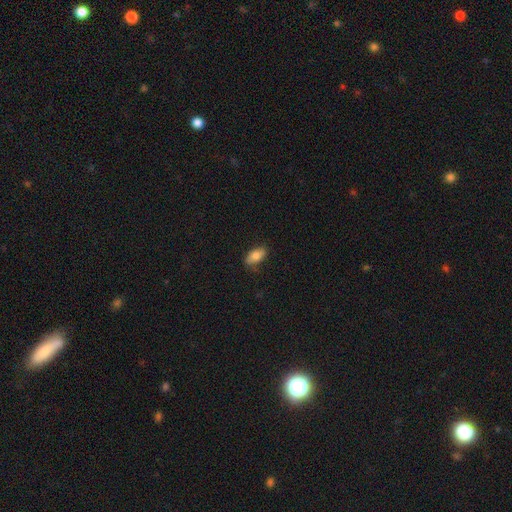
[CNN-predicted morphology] type=smooth (77%); roundness=in between (90%); merging=none (79%).